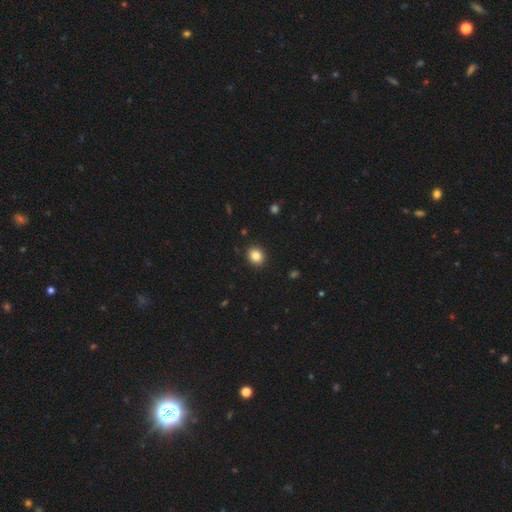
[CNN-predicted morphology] A smooth galaxy with no disk features (85%) that is round (67%). Merging: none (90%).